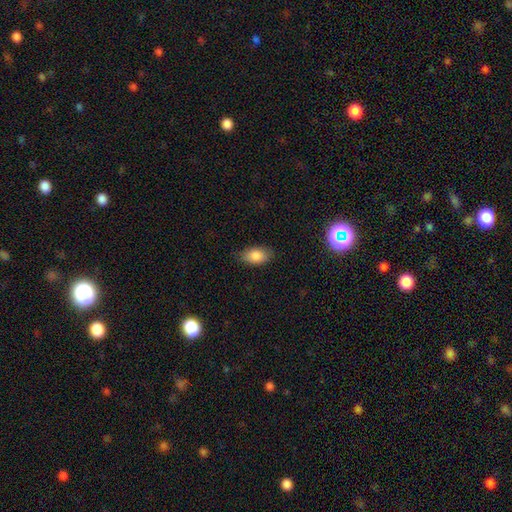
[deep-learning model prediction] A smooth galaxy with no disk features (85%) that is in between round and cigar-shaped (91%).

Vote fractions:
- Smooth or featured? smooth: 85% / star or artifact: 8% / featured or disk: 8%
- How rounded? in between: 91% / round: 6% / cigar-shaped: 3%
- Merging? none: 83% / minor disturbance: 13% / major disturbance: 3% / merger: 1%